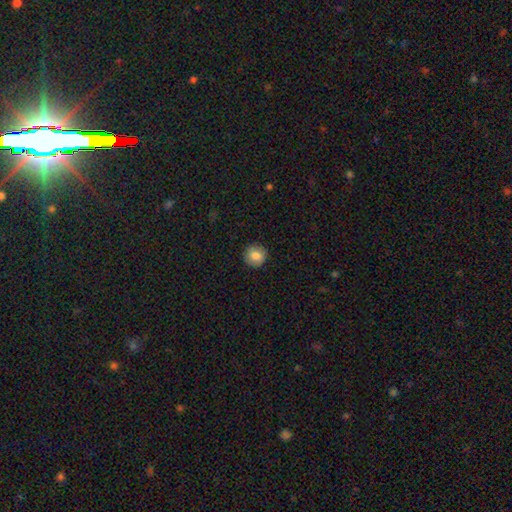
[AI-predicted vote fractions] smooth 82%, featured or disk 10%, star or artifact 8%. Down the decision tree: how rounded — round (94%); merging — none (90%).